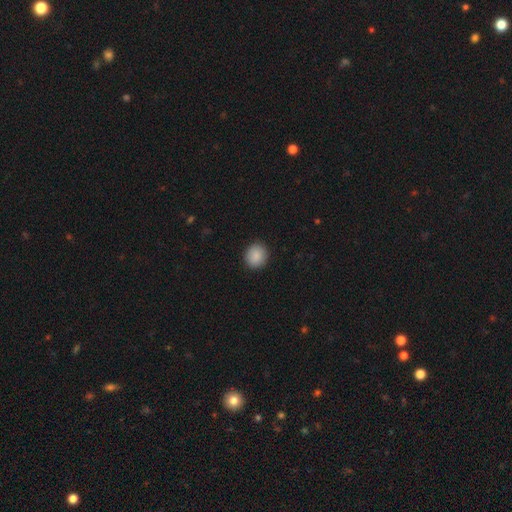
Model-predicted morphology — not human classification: type=smooth (89%); roundness=round (83%); merging=none (91%).